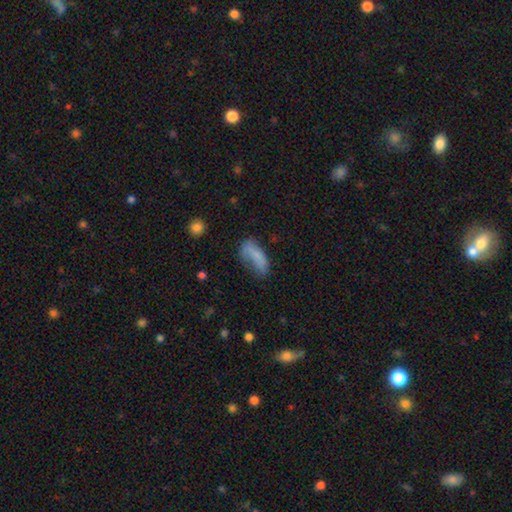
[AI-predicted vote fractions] smooth_or_featured: smooth (p=0.72) [alt: featured or disk p=0.19]
how_rounded: in between (p=0.76) [alt: cigar-shaped p=0.20]
merging: none (p=0.39) [alt: minor disturbance p=0.32]